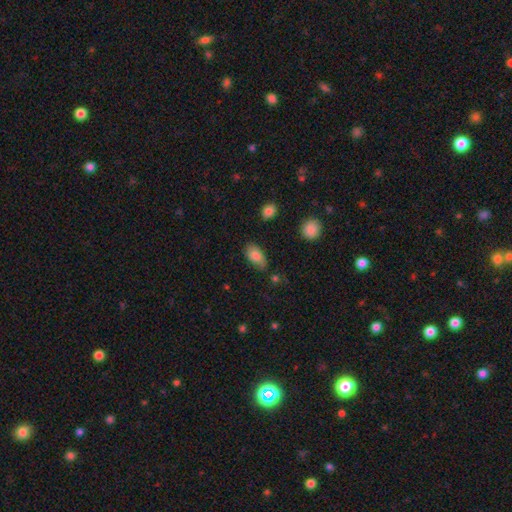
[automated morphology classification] A smooth galaxy with no disk features (81%) that is in between round and cigar-shaped (92%). Merging: none (71%).